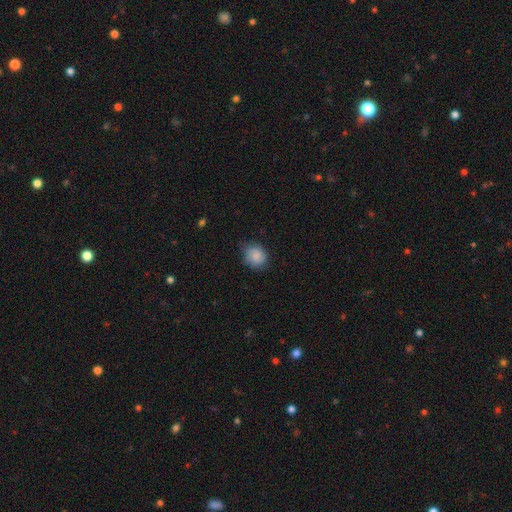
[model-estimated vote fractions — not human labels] A smooth galaxy with no disk features (83%) that is round (75%). Merging: none (71%).